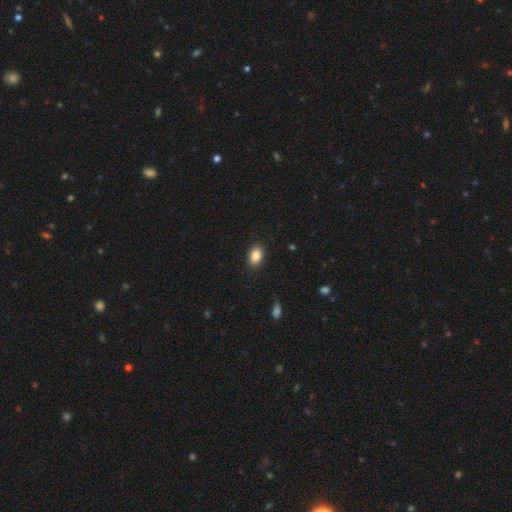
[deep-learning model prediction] Smooth or featured? Predicted: smooth (p=0.87). How rounded? Predicted: in between (p=0.85). Merging? Predicted: none (p=0.88).